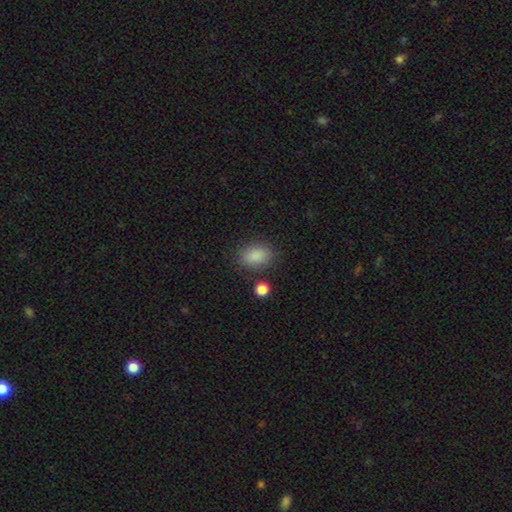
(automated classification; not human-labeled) Smooth or featured? Predicted: smooth (p=0.87). How rounded? Predicted: in between (p=0.78). Merging? Predicted: none (p=0.82).